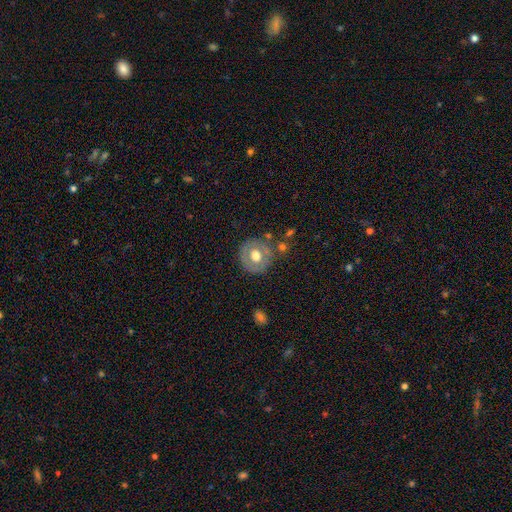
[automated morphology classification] Smooth or featured: featured or disk — 47% (smooth — 46%)
Merging: none — 77% (minor disturbance — 13%)